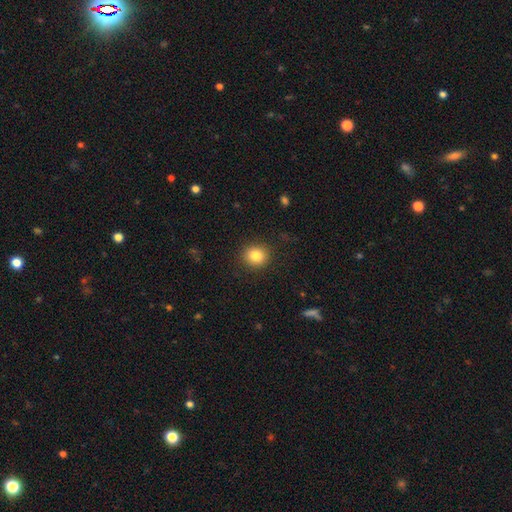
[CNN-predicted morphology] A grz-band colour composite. It shows a smooth galaxy with no disk features (83%) that is round (81%). Merging: none (90%).